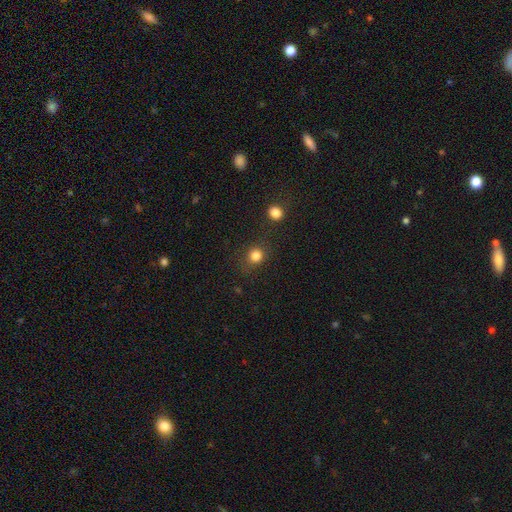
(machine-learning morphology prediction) smooth 82%, star or artifact 13%, featured or disk 5%. Down the decision tree: how rounded — round (84%); merging — none (79%).